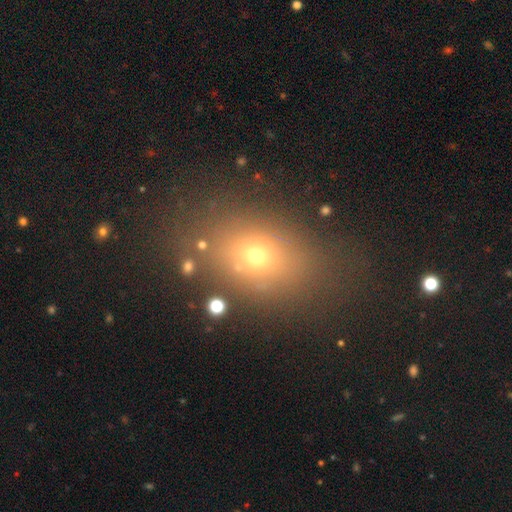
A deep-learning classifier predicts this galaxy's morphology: smooth_or_featured: smooth (p=0.66) [alt: star or artifact p=0.19]
how_rounded: in between (p=0.67) [alt: round p=0.30]
merging: none (p=0.72) [alt: minor disturbance p=0.14]